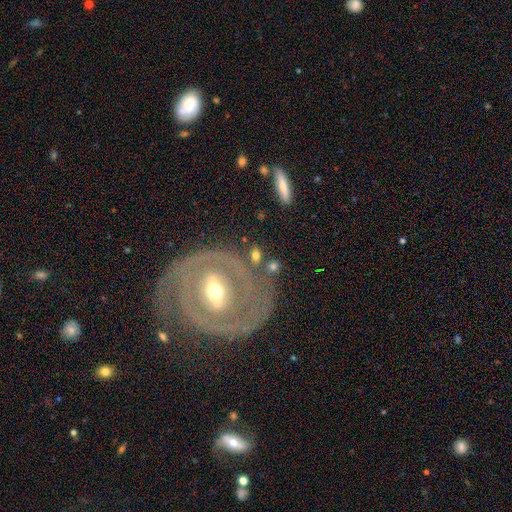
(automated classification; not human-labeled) This appears to be a smooth galaxy with no disk features (52%) that is in between round and cigar-shaped (57%). Merging: none (72%).